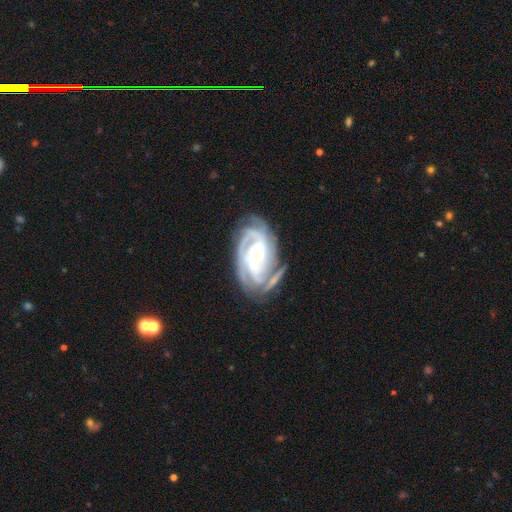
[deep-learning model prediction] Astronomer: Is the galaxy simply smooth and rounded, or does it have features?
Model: featured or disk — 90%.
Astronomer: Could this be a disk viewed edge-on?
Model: no — 97%.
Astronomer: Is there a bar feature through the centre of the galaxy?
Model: weak — 41% (runner-up: strong, 32%).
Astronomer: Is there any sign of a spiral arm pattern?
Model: yes — 98%.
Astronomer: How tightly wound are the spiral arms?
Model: tight — 63%.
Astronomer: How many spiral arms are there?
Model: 3 — 37% (runner-up: 2, 22%).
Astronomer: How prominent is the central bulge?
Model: small — 57% (runner-up: moderate, 37%).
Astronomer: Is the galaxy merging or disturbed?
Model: none — 69%.